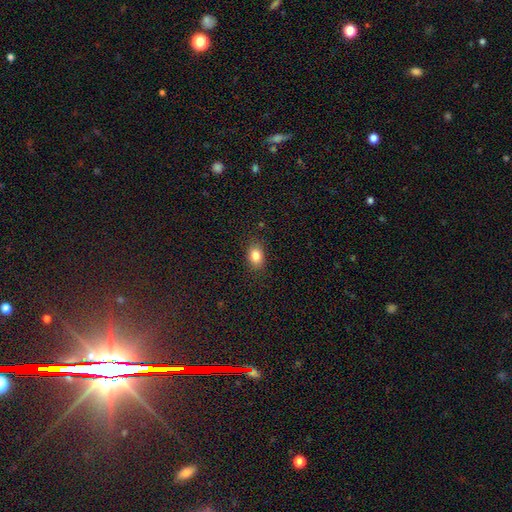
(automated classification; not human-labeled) A smooth galaxy with no disk features (84%) that is in between round and cigar-shaped (78%).

Vote fractions:
- Smooth or featured? smooth: 84% / star or artifact: 10% / featured or disk: 6%
- How rounded? in between: 78% / round: 21% / cigar-shaped: 1%
- Merging? none: 87% / minor disturbance: 10% / major disturbance: 3% / merger: 1%